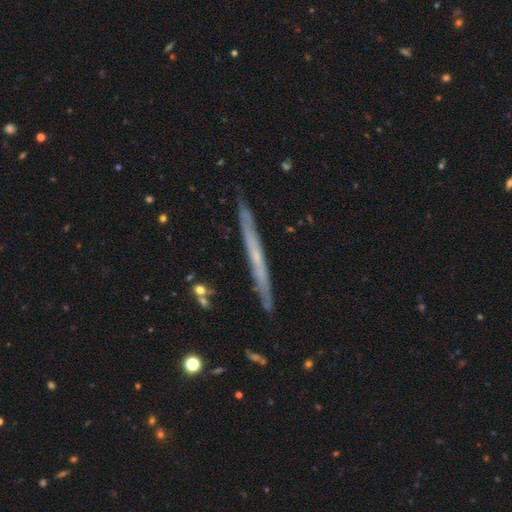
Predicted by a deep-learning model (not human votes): Smooth or featured?
  - featured or disk: 61% *
  - smooth: 32%
  - star or artifact: 7%
Edge-on disk?
  - yes: 95% *
  - no: 5%
Edge-on bulge?
  - none: 79% *
  - rounded: 18%
  - boxy: 3%
Merging?
  - none: 88% *
  - minor disturbance: 9%
  - major disturbance: 1%
  - merger: 1%